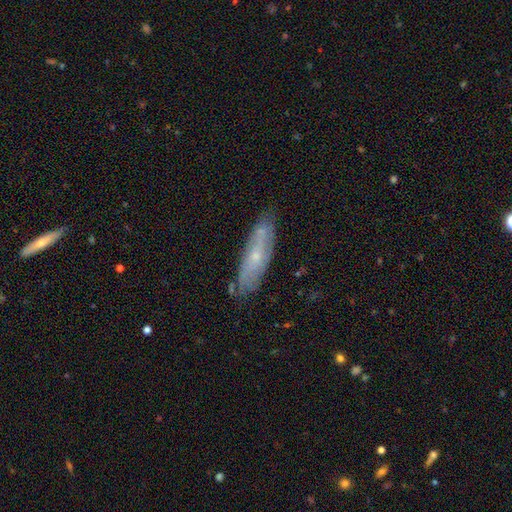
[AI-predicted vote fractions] featured or disk 56%, smooth 36%, star or artifact 8%. Down the decision tree: edge-on disk — no (62%); merging — none (77%).